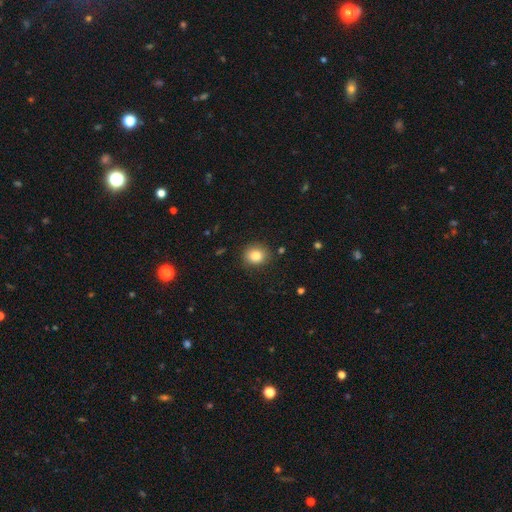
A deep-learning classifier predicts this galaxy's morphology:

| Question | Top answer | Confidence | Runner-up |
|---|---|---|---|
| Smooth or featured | smooth | 83% | star or artifact (10%) |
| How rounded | round | 76% | in between (24%) |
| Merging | none | 85% | minor disturbance (11%) |